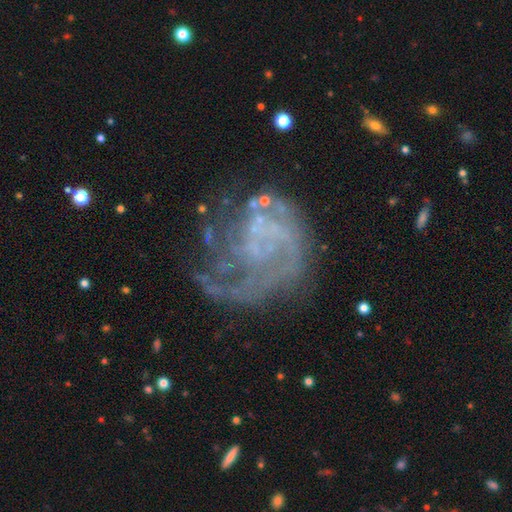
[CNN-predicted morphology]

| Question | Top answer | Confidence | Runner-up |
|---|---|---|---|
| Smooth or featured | featured or disk | 80% | smooth (11%) |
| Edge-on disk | no | 98% | yes (2%) |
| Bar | no | 76% | weak (20%) |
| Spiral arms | yes | 78% | no (22%) |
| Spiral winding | tight | 43% | medium (33%) |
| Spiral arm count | can't tell | 32% | 1 (22%) |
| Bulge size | none | 65% | small (24%) |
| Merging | none | 50% | major disturbance (28%) |